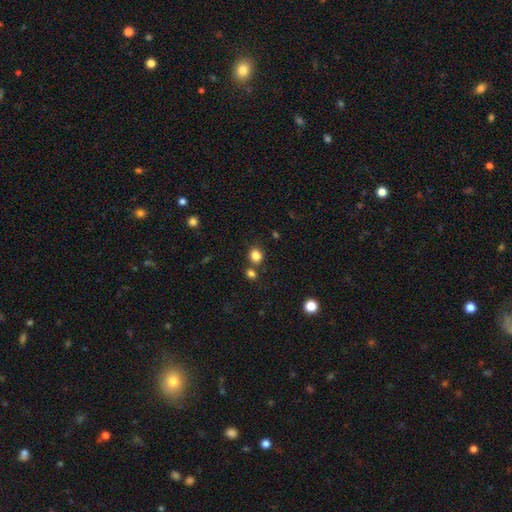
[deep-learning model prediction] smooth-or-featured: smooth: 83% | star or artifact: 13% | featured or disk: 5%
  how-rounded: round: 72% | in between: 27% | cigar-shaped: 1%
  merging: none: 70% | merger: 16% | minor disturbance: 11% | major disturbance: 4%